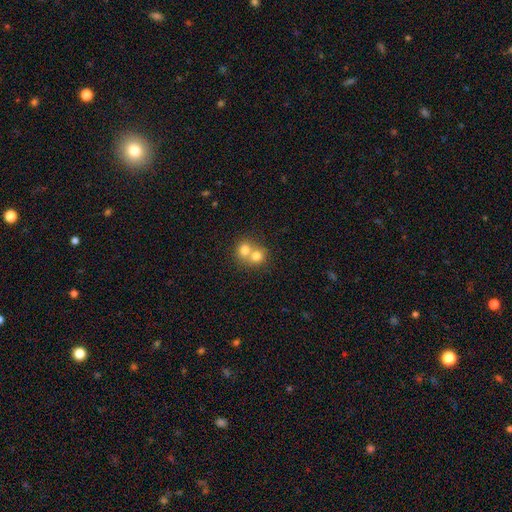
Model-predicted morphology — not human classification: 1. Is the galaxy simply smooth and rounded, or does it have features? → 74% smooth, 16% featured or disk, 10% star or artifact.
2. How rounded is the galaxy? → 78% round, 21% in between, 1% cigar-shaped.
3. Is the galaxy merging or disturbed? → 67% merger, 27% none, 4% minor disturbance, 2% major disturbance.